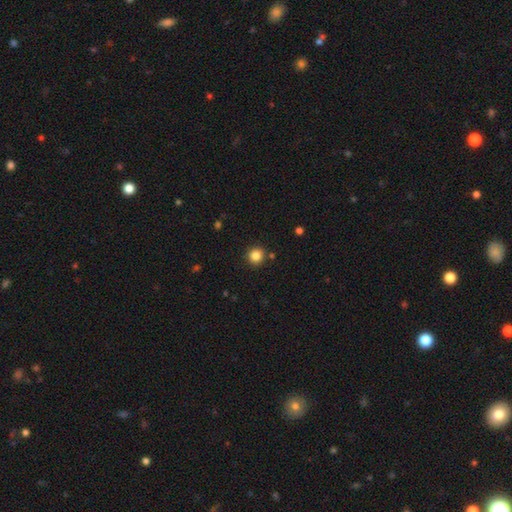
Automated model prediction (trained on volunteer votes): This appears to be a smooth galaxy with no disk features (85%) that is round (93%). Merging: none (88%).